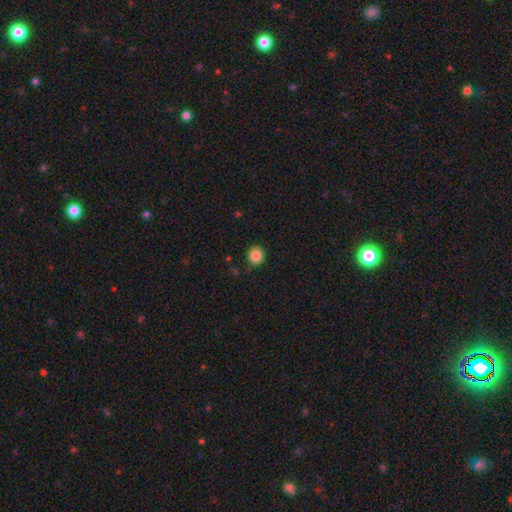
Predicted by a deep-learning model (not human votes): Q: Smooth or featured?
A: smooth (85%); runner-up: star or artifact (10%)
Q: How rounded?
A: round (86%); runner-up: in between (13%)
Q: Merging?
A: none (87%); runner-up: minor disturbance (9%)